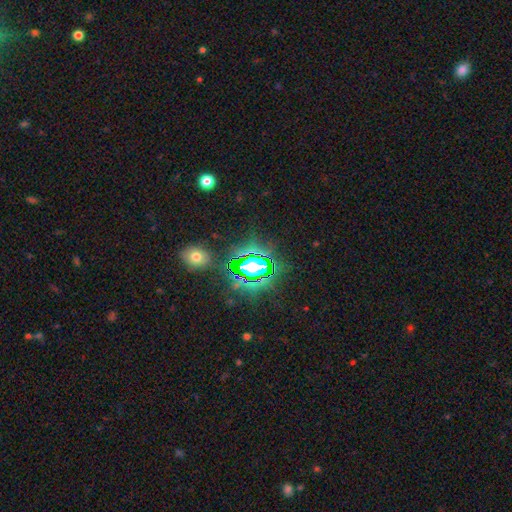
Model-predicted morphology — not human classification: Smooth or featured: star or artifact — 74% (smooth — 17%)